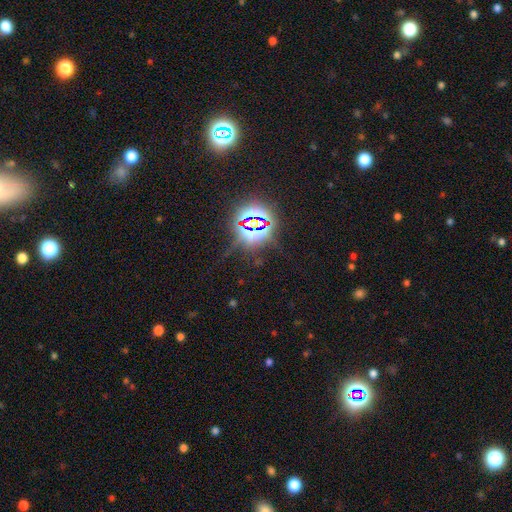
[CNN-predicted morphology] smooth-or-featured: star or artifact: 82% | smooth: 11% | featured or disk: 7%